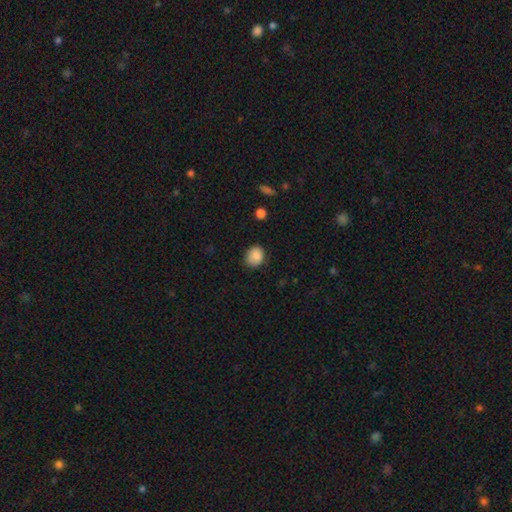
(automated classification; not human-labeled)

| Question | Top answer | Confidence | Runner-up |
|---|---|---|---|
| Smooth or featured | smooth | 87% | star or artifact (8%) |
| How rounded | round | 60% | in between (39%) |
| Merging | none | 75% | minor disturbance (20%) |